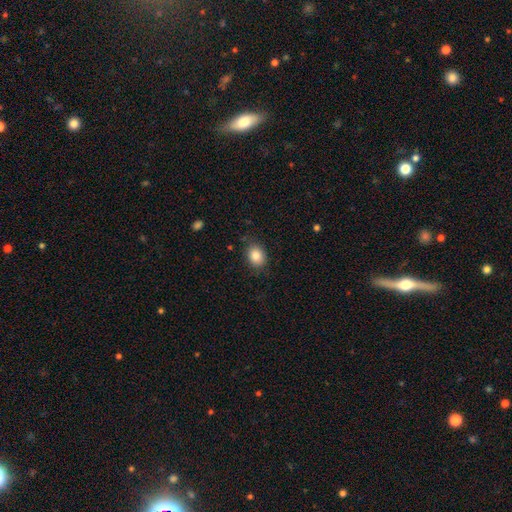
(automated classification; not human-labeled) smooth 85%, star or artifact 9%, featured or disk 6%. Down the decision tree: how rounded — in between (56%); merging — none (82%).